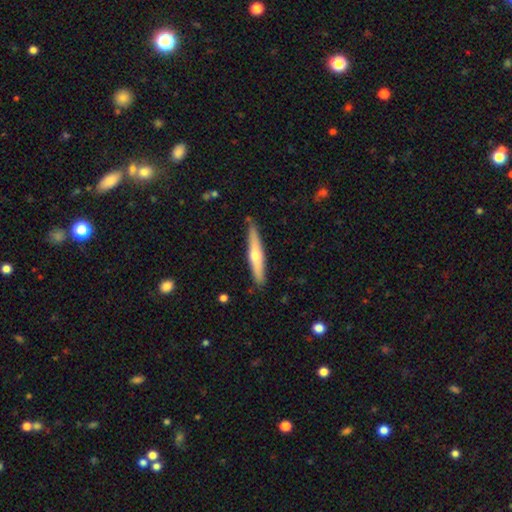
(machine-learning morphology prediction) A featured or disk galaxy (48%).

Vote fractions:
- Smooth or featured? featured or disk: 48% / smooth: 47% / star or artifact: 5%
- Merging? none: 85% / minor disturbance: 11% / merger: 2% / major disturbance: 2%